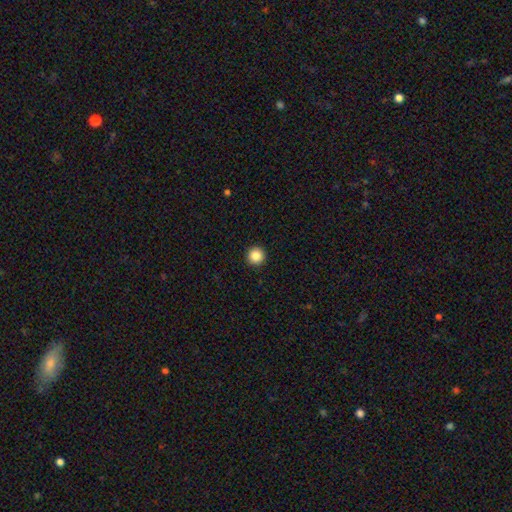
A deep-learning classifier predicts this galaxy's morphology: Smooth or featured? smooth (86%)
How rounded? round (96%)
Merging? none (94%)